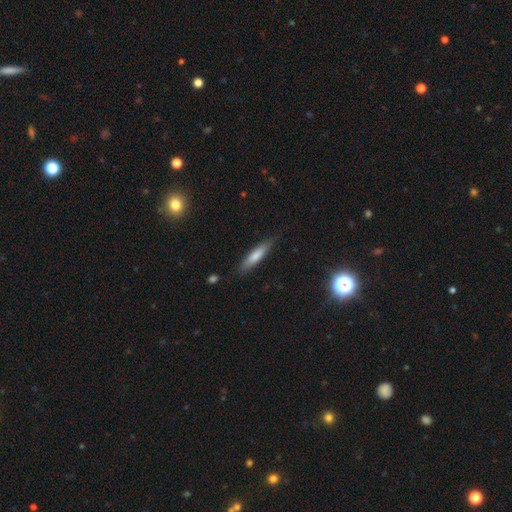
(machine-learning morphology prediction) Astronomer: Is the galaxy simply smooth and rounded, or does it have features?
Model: smooth — 73%.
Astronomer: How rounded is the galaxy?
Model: cigar-shaped — 83%.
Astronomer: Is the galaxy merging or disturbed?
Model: none — 82%.